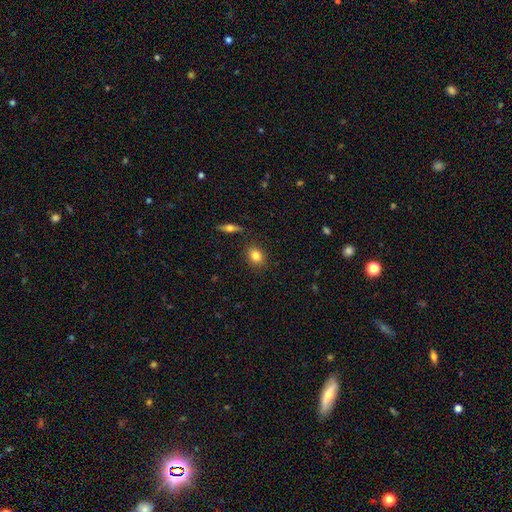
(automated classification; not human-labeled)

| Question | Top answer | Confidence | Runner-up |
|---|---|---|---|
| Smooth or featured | smooth | 82% | featured or disk (9%) |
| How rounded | round | 51% | in between (47%) |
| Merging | none | 87% | minor disturbance (9%) |